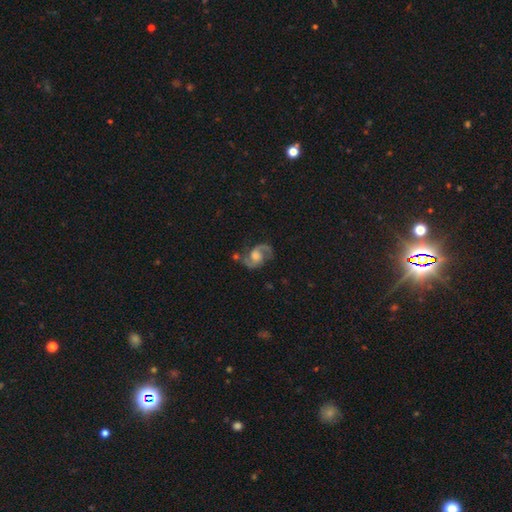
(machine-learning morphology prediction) This is clearly a featured or disk galaxy (87%). It is clearly not viewed edge-on (98%). Bar: possibly no (57%). Spiral arm pattern: clearly yes (97%). Spiral arm count: clearly 2 (93%). Spiral winding: possibly medium (55%). Central bulge: marginally moderate (39%). Merging: likely none (69%).